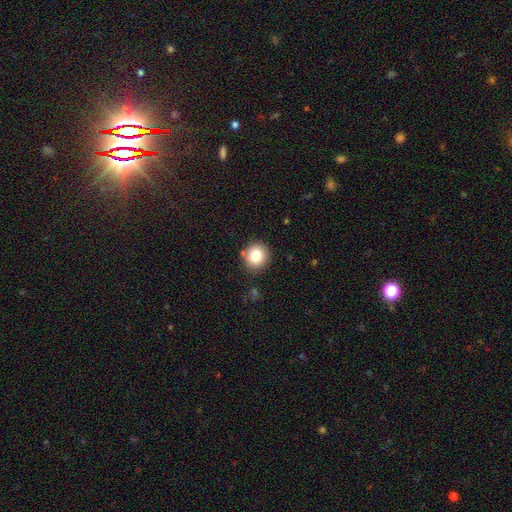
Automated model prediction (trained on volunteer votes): Smooth or featured?
  - smooth: 81% *
  - star or artifact: 10%
  - featured or disk: 8%
How rounded?
  - round: 91% *
  - in between: 8%
  - cigar-shaped: 1%
Merging?
  - none: 85% *
  - minor disturbance: 9%
  - merger: 3%
  - major disturbance: 3%